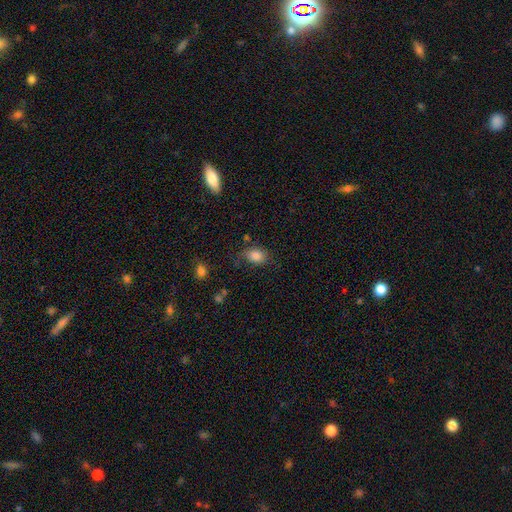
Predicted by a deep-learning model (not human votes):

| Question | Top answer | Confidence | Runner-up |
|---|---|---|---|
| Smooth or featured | smooth | 84% | star or artifact (9%) |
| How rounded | in between | 71% | round (28%) |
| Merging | none | 68% | minor disturbance (22%) |